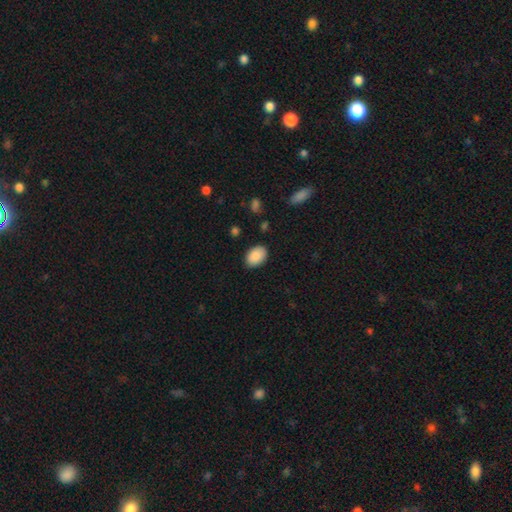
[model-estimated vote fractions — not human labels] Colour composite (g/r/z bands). It shows a smooth galaxy with no disk features (90%) that is in between round and cigar-shaped (80%). Merging: none (85%).